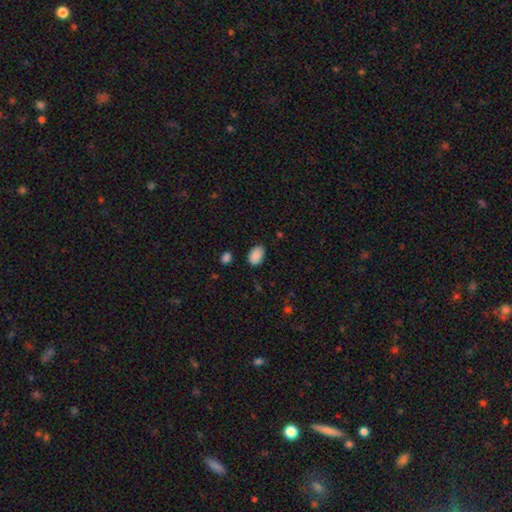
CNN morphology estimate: A smooth galaxy with no disk features (89%) that is in between round and cigar-shaped (88%). Merging: none (82%).